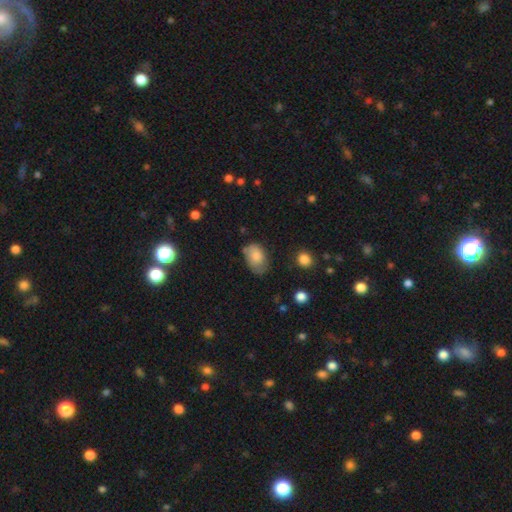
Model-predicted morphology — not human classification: type=smooth (81%); roundness=in between (85%); merging=none (50%).